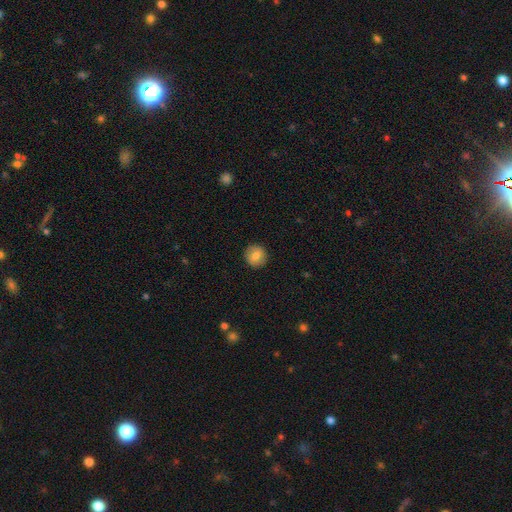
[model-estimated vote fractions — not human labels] Q: Smooth or featured?
A: smooth (79%); runner-up: featured or disk (12%)
Q: How rounded?
A: round (92%); runner-up: in between (7%)
Q: Merging?
A: none (91%); runner-up: minor disturbance (6%)